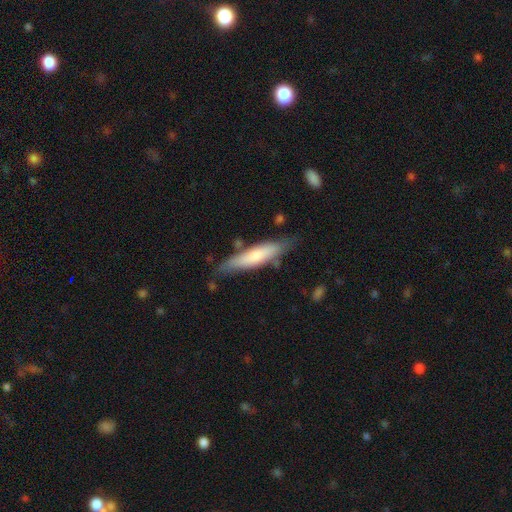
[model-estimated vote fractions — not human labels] Morphology: type=smooth (64%); roundness=cigar-shaped (78%); merging=none (74%).